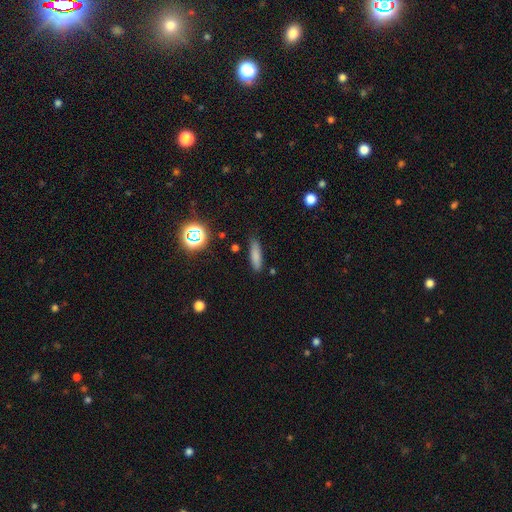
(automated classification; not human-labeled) Smooth or featured?
  - smooth: 79% *
  - star or artifact: 12%
  - featured or disk: 9%
How rounded?
  - cigar-shaped: 63% *
  - in between: 35%
  - round: 3%
Merging?
  - none: 85% *
  - minor disturbance: 10%
  - major disturbance: 3%
  - merger: 2%